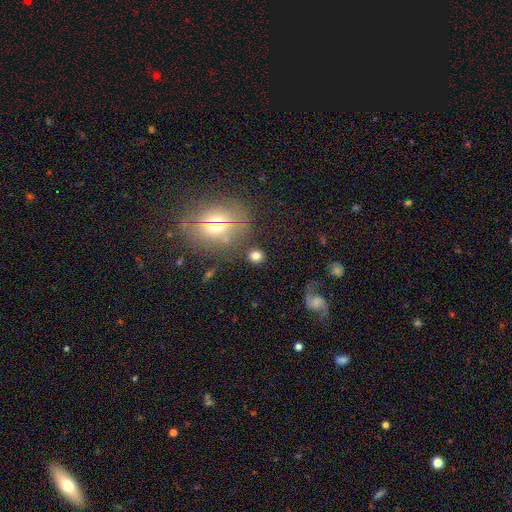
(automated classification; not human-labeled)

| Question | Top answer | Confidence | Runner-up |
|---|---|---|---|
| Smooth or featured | smooth | 75% | star or artifact (17%) |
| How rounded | round | 85% | in between (13%) |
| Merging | none | 85% | minor disturbance (7%) |